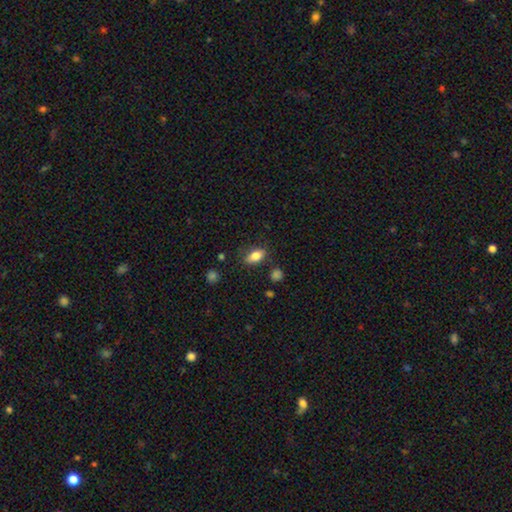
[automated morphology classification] Smooth or featured: smooth — 82% (featured or disk — 10%)
How rounded: in between — 86% (round — 9%)
Merging: none — 77% (minor disturbance — 16%)